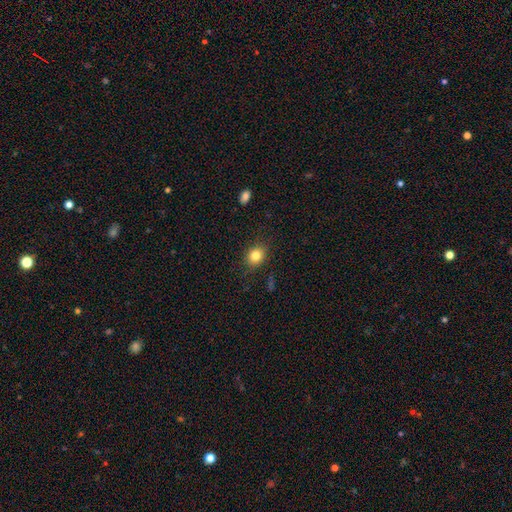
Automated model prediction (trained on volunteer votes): The model was most divided on "how rounded": round: 57%, in between: 41%, cigar-shaped: 1%. More confident: merging — none (86%); smooth or featured — smooth (82%).